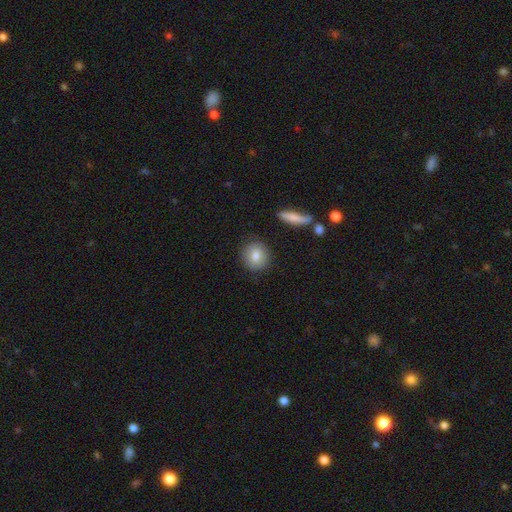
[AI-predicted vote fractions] smooth 81%, featured or disk 11%, star or artifact 8%. Down the decision tree: how rounded — round (86%); merging — none (87%).